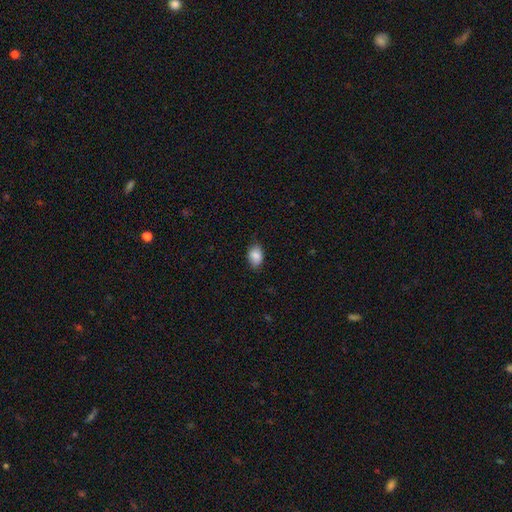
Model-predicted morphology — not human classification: Q: Smooth or featured?
A: smooth (87%); runner-up: star or artifact (7%)
Q: How rounded?
A: in between (87%); runner-up: round (12%)
Q: Merging?
A: none (78%); runner-up: minor disturbance (18%)